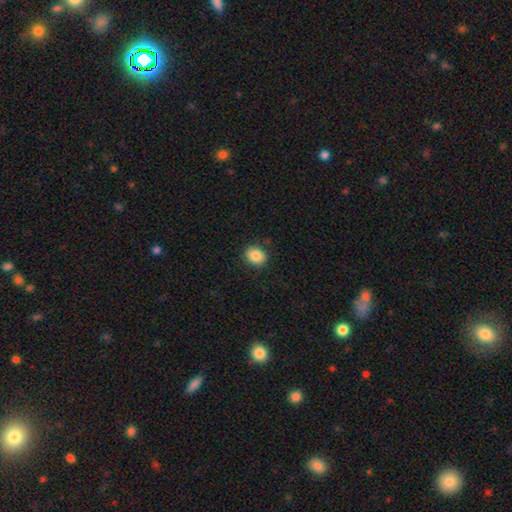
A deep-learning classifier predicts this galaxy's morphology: The model was most divided on "how rounded": round: 58%, in between: 41%, cigar-shaped: 1%. More confident: merging — none (86%); smooth or featured — smooth (86%).